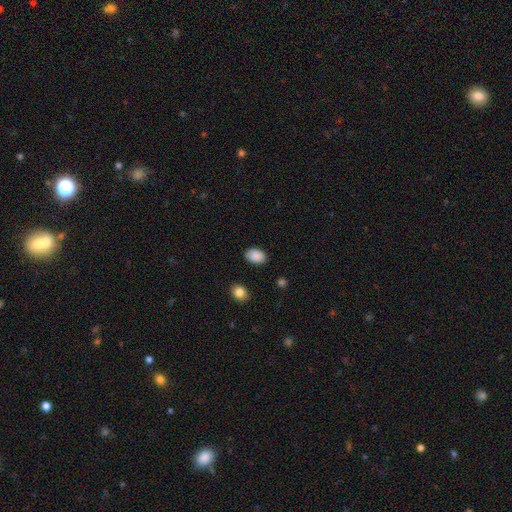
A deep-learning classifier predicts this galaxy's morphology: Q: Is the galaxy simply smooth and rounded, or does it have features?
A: smooth — 89%.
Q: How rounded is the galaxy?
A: in between — 84%.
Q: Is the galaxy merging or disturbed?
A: none — 86%.